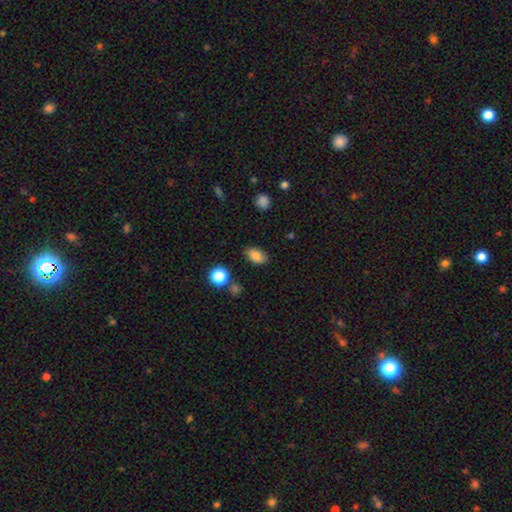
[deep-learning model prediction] Overall: smooth (83%). How rounded: in between (86%). Merging: none (83%).